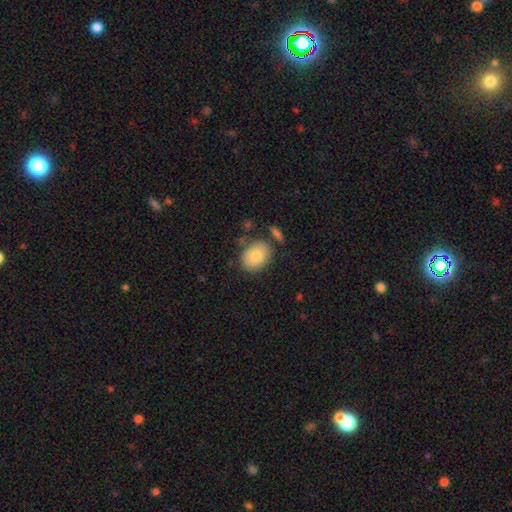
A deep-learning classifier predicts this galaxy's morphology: type=smooth (83%); roundness=in between (63%); merging=none (75%).